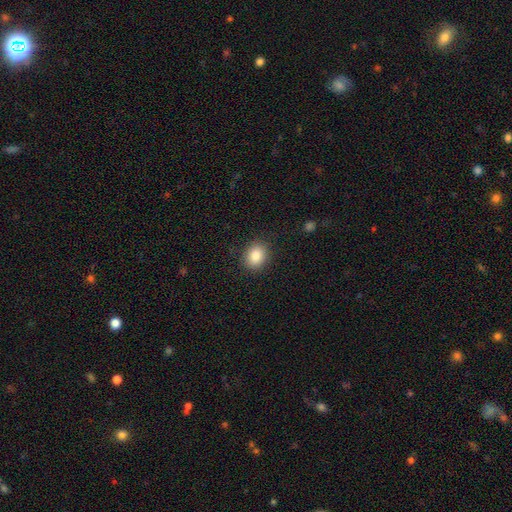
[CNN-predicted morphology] A smooth galaxy with no disk features (85%) that is in between round and cigar-shaped (50%). Merging: none (88%).